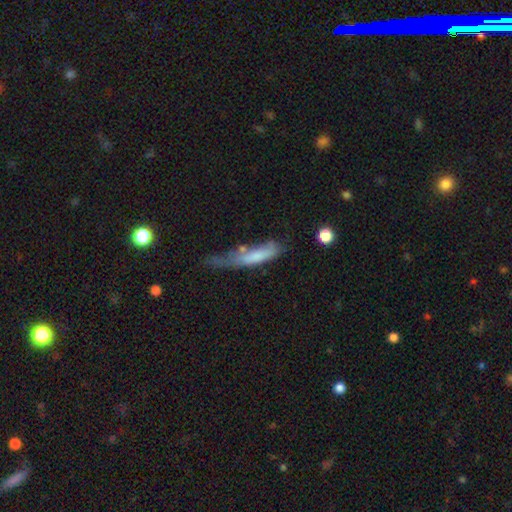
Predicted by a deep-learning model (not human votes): A smooth galaxy with no disk features (67%) that is cigar-shaped (77%). Merging: minor disturbance (31%).